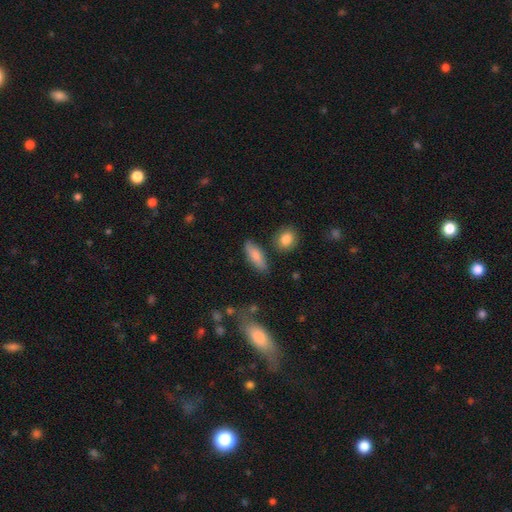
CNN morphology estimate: smooth 81%, featured or disk 12%, star or artifact 7%. Down the decision tree: how rounded — in between (64%); merging — none (80%).